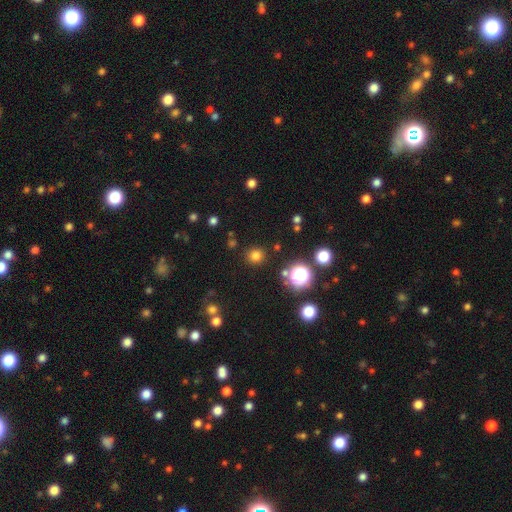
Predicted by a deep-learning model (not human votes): smooth 75%, star or artifact 20%, featured or disk 5%. Down the decision tree: how rounded — round (91%); merging — none (89%).